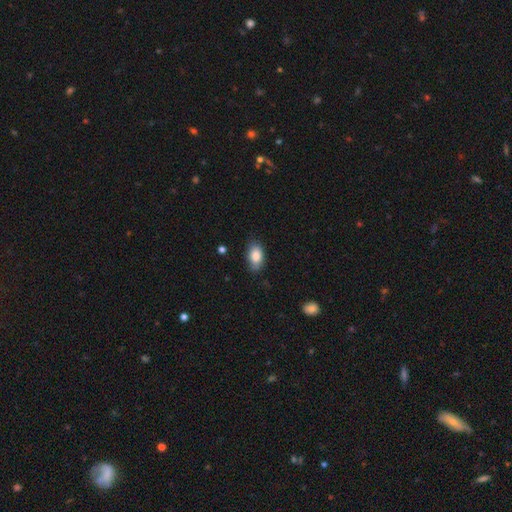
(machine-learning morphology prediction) Smooth or featured? Predicted: smooth (p=0.85). How rounded? Predicted: in between (p=0.90). Merging? Predicted: none (p=0.77).